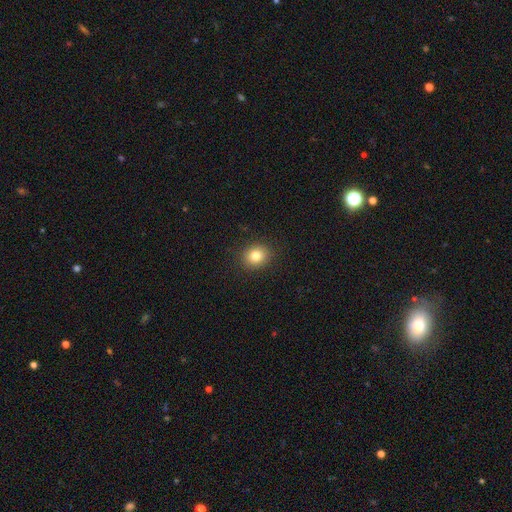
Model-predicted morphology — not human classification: Smooth or featured?
  - smooth: 81% *
  - star or artifact: 11%
  - featured or disk: 8%
How rounded?
  - round: 74% *
  - in between: 25%
  - cigar-shaped: 1%
Merging?
  - none: 90% *
  - minor disturbance: 7%
  - major disturbance: 2%
  - merger: 1%